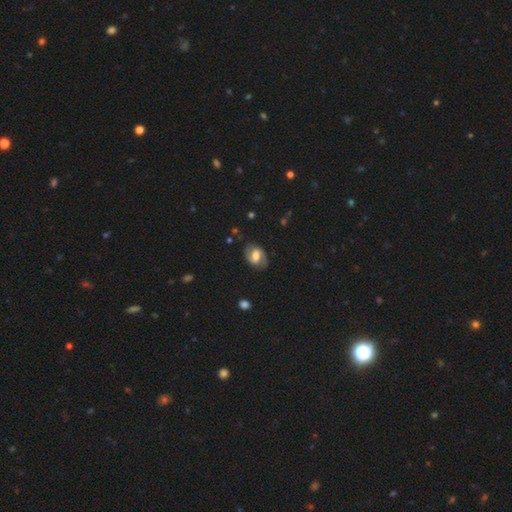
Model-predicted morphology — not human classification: A featured or disk galaxy (64%) with a weak bar (46%), 2 (89%) medium (48%) spiral arms (84%) and a moderate central bulge (52%). Merging: none (79%).